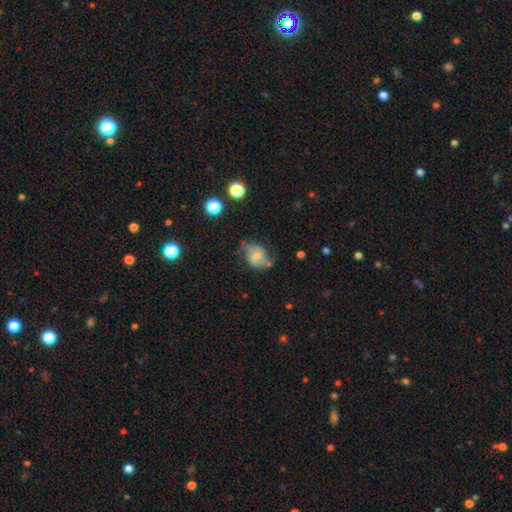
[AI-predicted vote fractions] Smooth or featured?
  - smooth: 45% *
  - featured or disk: 44%
  - star or artifact: 10%
Merging?
  - none: 52% *
  - minor disturbance: 30%
  - major disturbance: 14%
  - merger: 5%